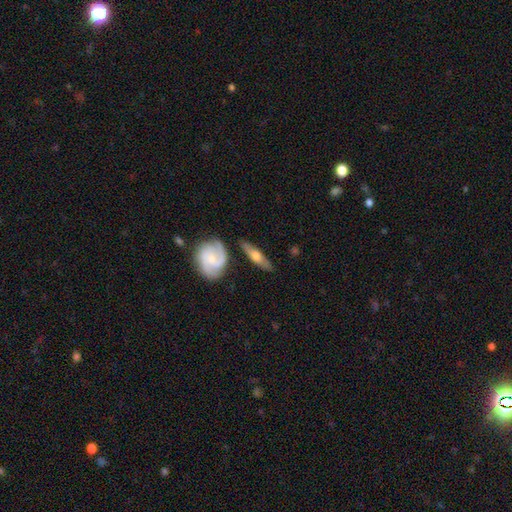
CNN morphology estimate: A featured or disk galaxy (60%) viewed edge-on (73%).

Vote fractions:
- Smooth or featured? featured or disk: 60% / smooth: 36% / star or artifact: 5%
- Edge-on disk? yes: 73% / no: 27%
- Merging? none: 80% / minor disturbance: 12% / merger: 5% / major disturbance: 3%